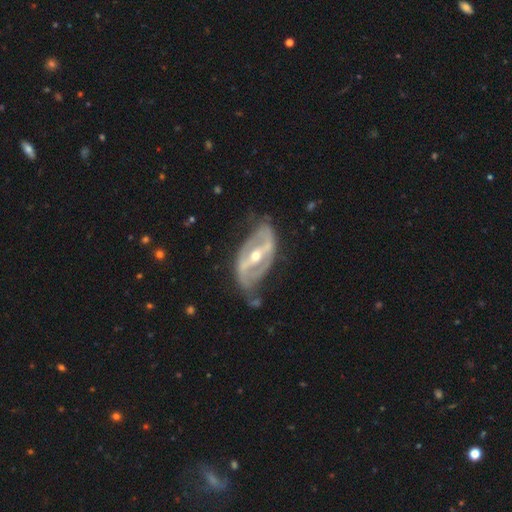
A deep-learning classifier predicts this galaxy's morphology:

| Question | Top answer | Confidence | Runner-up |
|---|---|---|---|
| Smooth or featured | featured or disk | 86% | smooth (9%) |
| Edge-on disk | no | 92% | yes (8%) |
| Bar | strong | 65% | weak (24%) |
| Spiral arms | yes | 80% | no (20%) |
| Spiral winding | medium | 41% | tight (33%) |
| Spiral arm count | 2 | 80% | can't tell (11%) |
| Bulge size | moderate | 62% | small (34%) |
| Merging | none | 58% | minor disturbance (25%) |